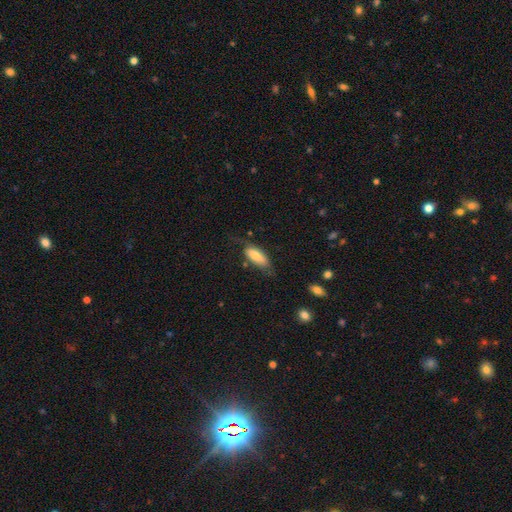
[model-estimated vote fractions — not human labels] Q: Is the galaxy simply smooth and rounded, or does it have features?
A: smooth — 75%.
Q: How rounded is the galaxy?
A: in between — 75%.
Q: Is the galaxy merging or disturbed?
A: none — 53%.